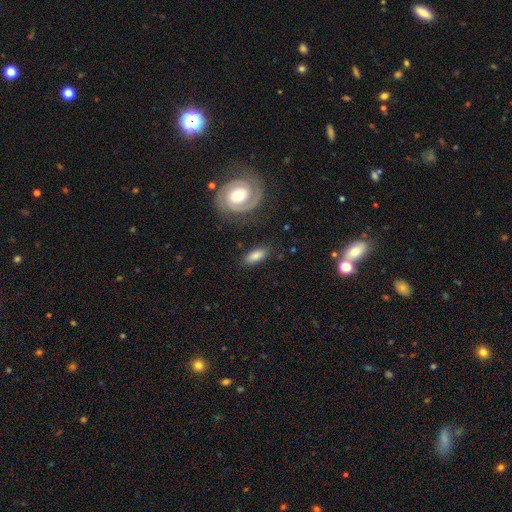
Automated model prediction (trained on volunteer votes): Q: Smooth or featured?
A: smooth (73%); runner-up: featured or disk (20%)
Q: How rounded?
A: in between (79%); runner-up: cigar-shaped (17%)
Q: Merging?
A: none (81%); runner-up: minor disturbance (12%)